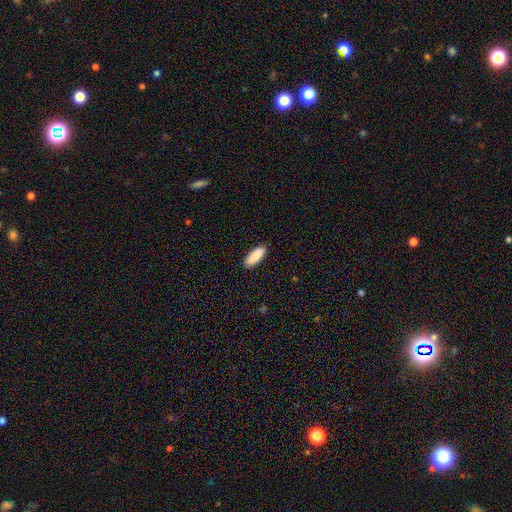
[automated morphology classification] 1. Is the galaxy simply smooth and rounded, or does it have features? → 89% smooth, 6% star or artifact, 5% featured or disk.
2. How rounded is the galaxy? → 62% in between, 37% cigar-shaped, 2% round.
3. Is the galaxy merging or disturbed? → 88% none, 10% minor disturbance, 2% major disturbance, 1% merger.